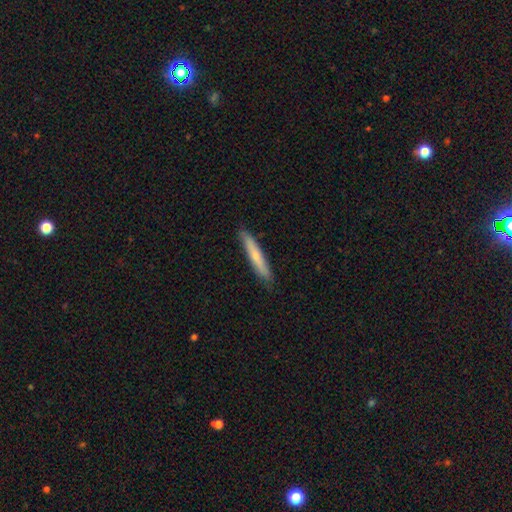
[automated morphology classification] This appears to be a smooth galaxy with no disk features (59%) that is cigar-shaped (93%). Merging: none (87%).